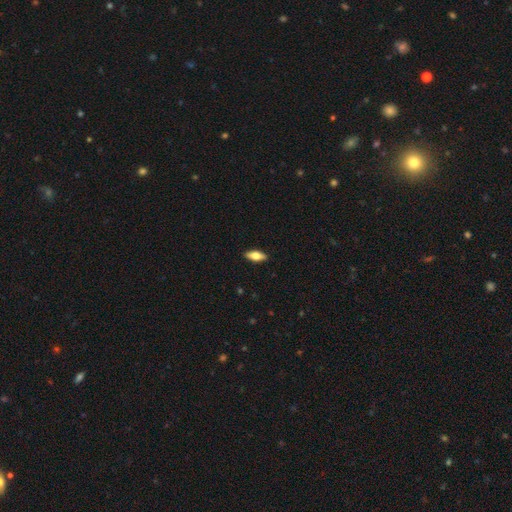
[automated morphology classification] Smooth or featured? Predicted: smooth (p=0.70). How rounded? Predicted: in between (p=0.78). Merging? Predicted: none (p=0.90).